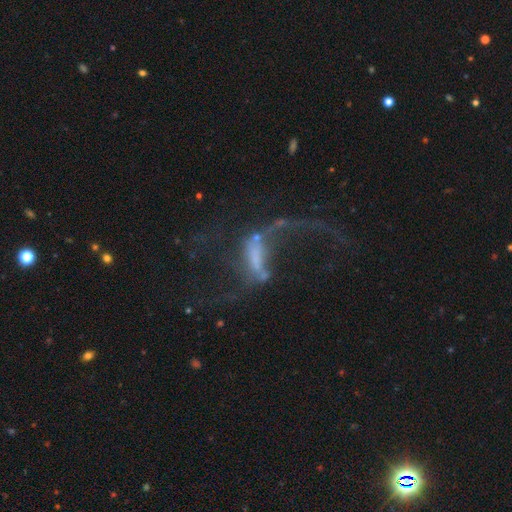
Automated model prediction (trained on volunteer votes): Smooth or featured: featured or disk — 73% (star or artifact — 14%)
Edge-on disk: no — 92% (yes — 8%)
Bar: strong — 39% (no — 31%)
Spiral arms: yes — 72% (no — 28%)
Bulge size: none — 49% (small — 27%)
Merging: major disturbance — 43% (none — 30%)